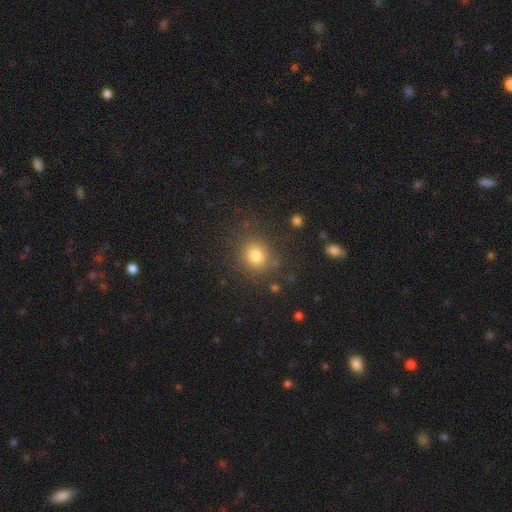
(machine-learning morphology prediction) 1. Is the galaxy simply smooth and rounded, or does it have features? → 79% smooth, 15% star or artifact, 7% featured or disk.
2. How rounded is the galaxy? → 83% round, 16% in between, 1% cigar-shaped.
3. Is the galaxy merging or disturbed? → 82% none, 10% minor disturbance, 4% major disturbance, 3% merger.